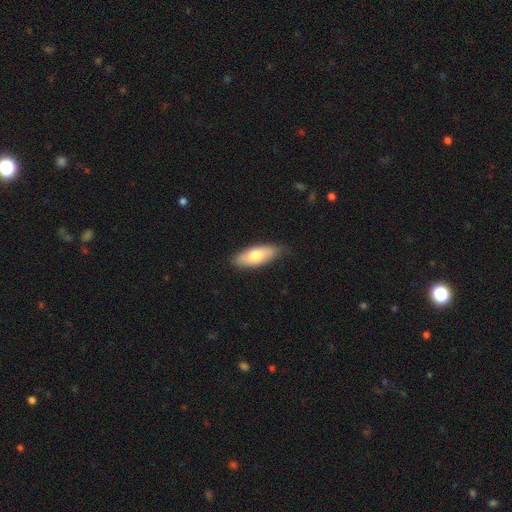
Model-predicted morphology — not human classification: smooth-or-featured: smooth: 72% | featured or disk: 23% | star or artifact: 5%
  how-rounded: in between: 77% | cigar-shaped: 21% | round: 2%
  merging: none: 81% | minor disturbance: 16% | major disturbance: 2% | merger: 1%